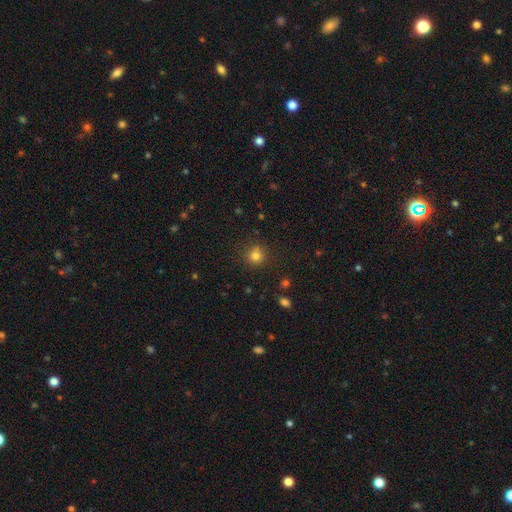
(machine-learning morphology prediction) Overall: smooth (78%). How rounded: round (88%). Merging: none (76%).